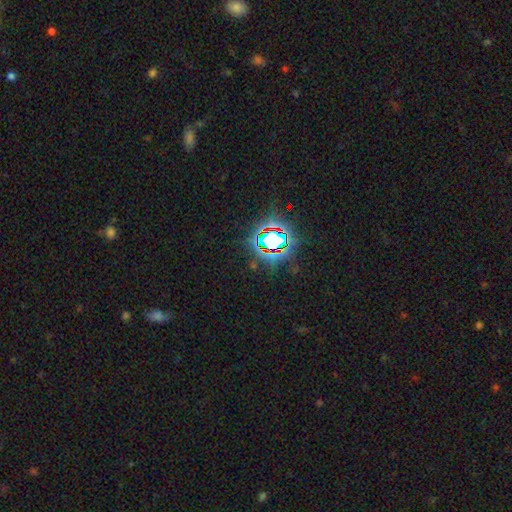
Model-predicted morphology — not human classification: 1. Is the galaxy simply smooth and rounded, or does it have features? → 80% star or artifact, 12% smooth, 8% featured or disk.